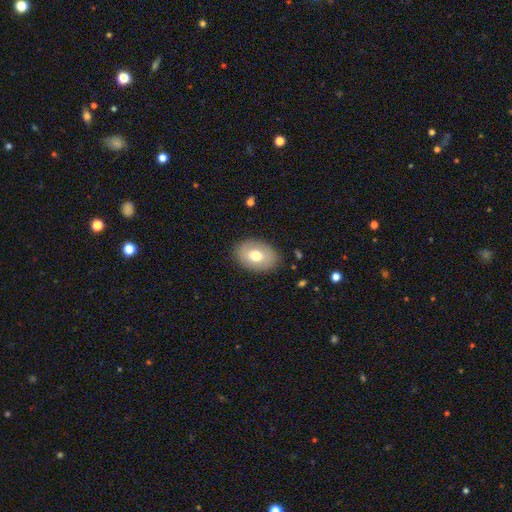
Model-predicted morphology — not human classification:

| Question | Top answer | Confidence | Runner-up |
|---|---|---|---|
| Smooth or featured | smooth | 68% | featured or disk (25%) |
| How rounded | in between | 79% | round (20%) |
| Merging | none | 85% | minor disturbance (11%) |